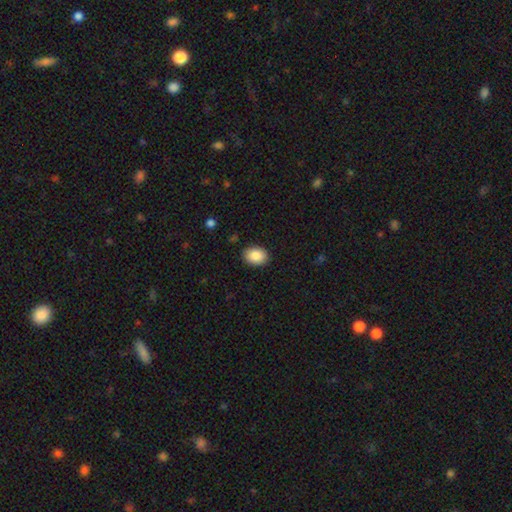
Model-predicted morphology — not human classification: type=smooth (87%); roundness=in between (69%); merging=none (88%).